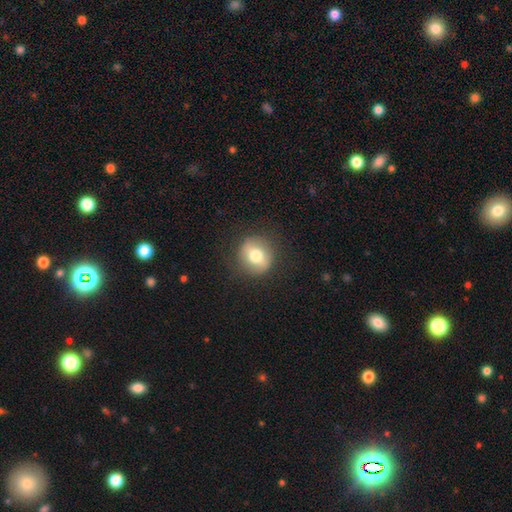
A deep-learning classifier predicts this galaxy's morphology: smooth 65%, featured or disk 26%, star or artifact 9%. Down the decision tree: how rounded — round (84%); merging — none (86%).